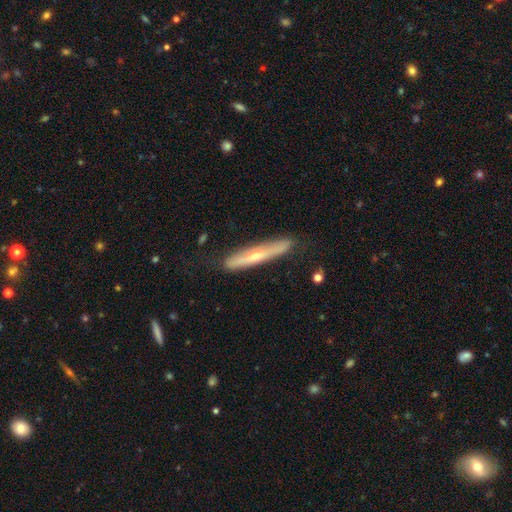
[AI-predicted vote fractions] Smooth or featured: featured or disk — 61% (smooth — 33%)
Edge-on disk: yes — 87% (no — 13%)
Edge-on bulge: rounded — 78% (none — 20%)
Merging: none — 79% (minor disturbance — 16%)